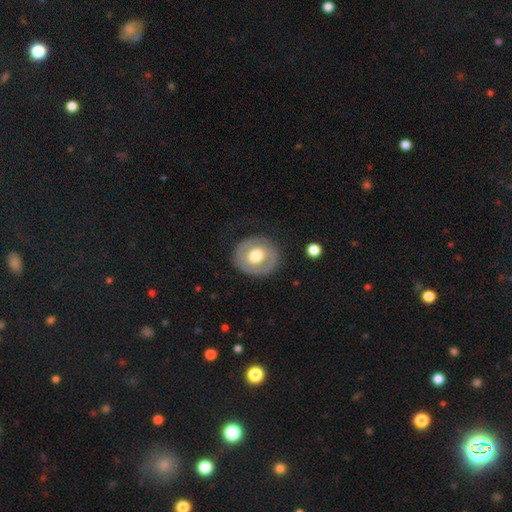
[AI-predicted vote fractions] Overall: featured or disk (54%; smooth 40%). Edge-on disk: no (96%). Bar: no (70%). Spiral arms: no (65%; yes 35%). Bulge size: moderate (57%; large 36%). Merging: none (81%).